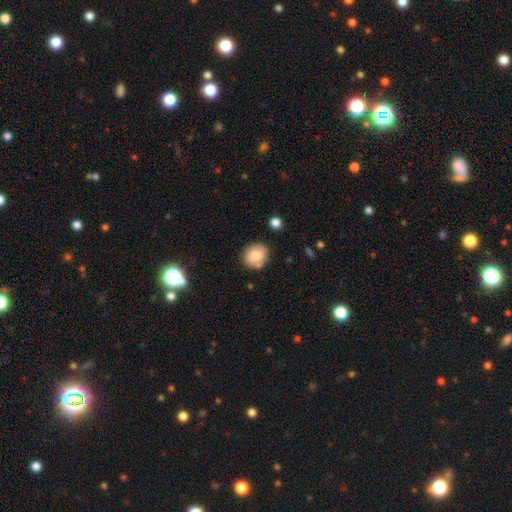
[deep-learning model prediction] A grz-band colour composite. It shows a smooth galaxy with no disk features (77%) that is round (74%). Merging: none (79%).